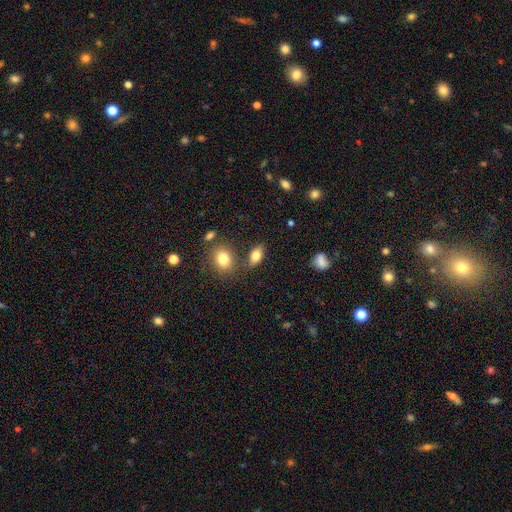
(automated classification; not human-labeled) Morphology: type=smooth (82%); roundness=in between (87%); merging=none (72%).